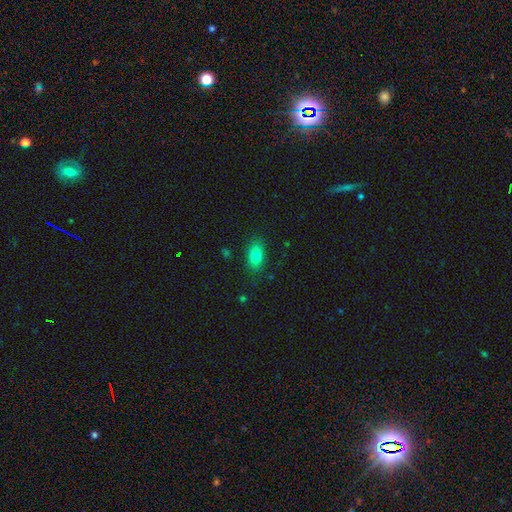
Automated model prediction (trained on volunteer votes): Smooth or featured? smooth (81%)
How rounded? in between (88%)
Merging? none (86%)